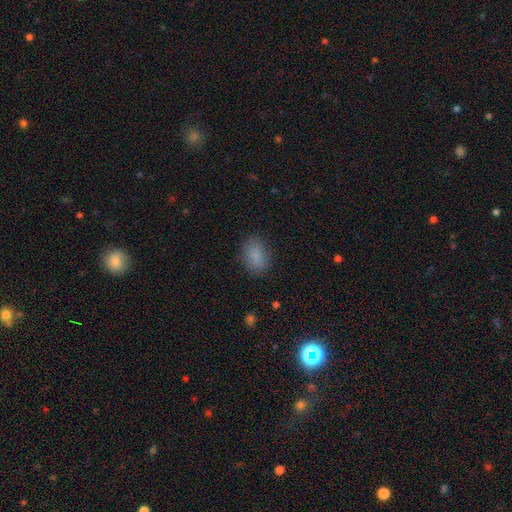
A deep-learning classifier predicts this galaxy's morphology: Smooth or featured: smooth — 86% (star or artifact — 9%)
How rounded: in between — 80% (round — 18%)
Merging: none — 84% (minor disturbance — 12%)